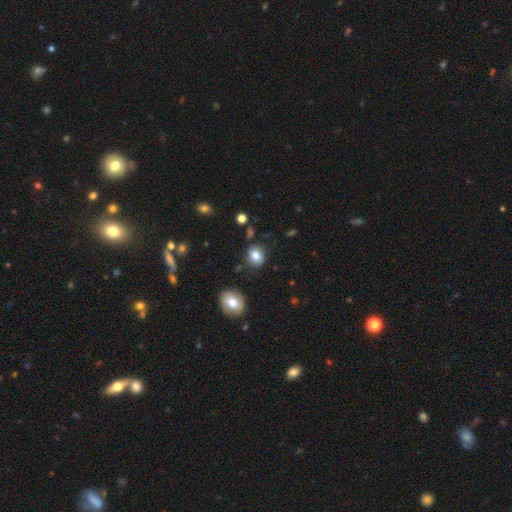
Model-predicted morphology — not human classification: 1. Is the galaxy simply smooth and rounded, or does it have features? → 81% smooth, 10% star or artifact, 9% featured or disk.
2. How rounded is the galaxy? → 62% round, 37% in between, 1% cigar-shaped.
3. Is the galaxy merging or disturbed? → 80% none, 13% minor disturbance, 3% major disturbance, 3% merger.